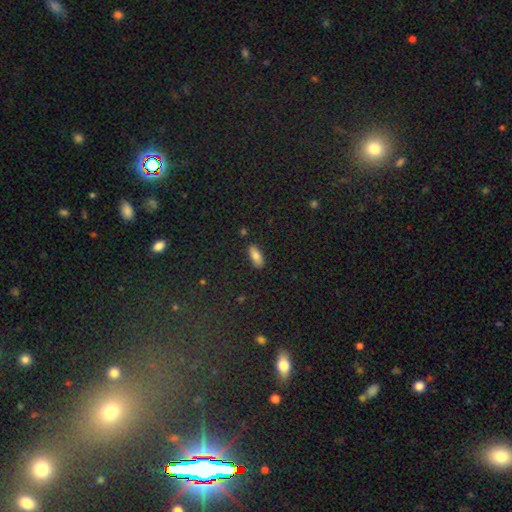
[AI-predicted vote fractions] A smooth galaxy with no disk features (80%) that is in between round and cigar-shaped (83%).

Vote fractions:
- Smooth or featured? smooth: 80% / featured or disk: 11% / star or artifact: 9%
- How rounded? in between: 83% / cigar-shaped: 15% / round: 3%
- Merging? none: 86% / minor disturbance: 10% / major disturbance: 2% / merger: 2%